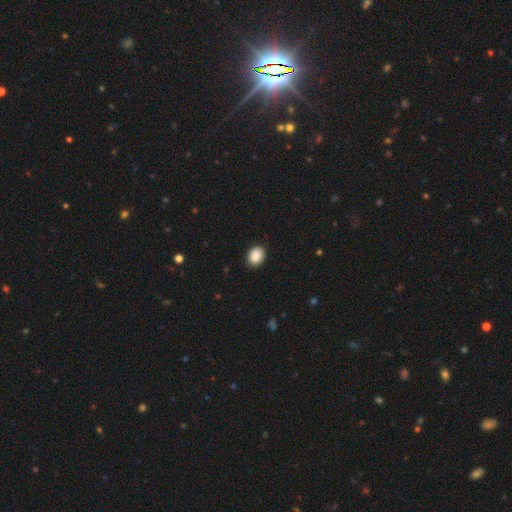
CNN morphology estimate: type=smooth (90%); roundness=in between (64%); merging=none (88%).